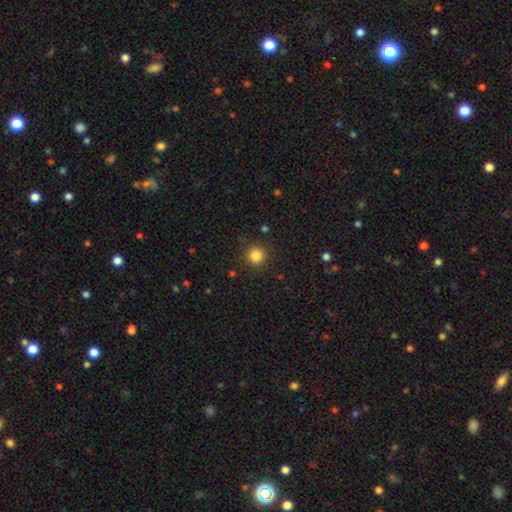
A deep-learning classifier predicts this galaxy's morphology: This is clearly a smooth galaxy (83%). How rounded: clearly round (94%). Merging: clearly none (89%).